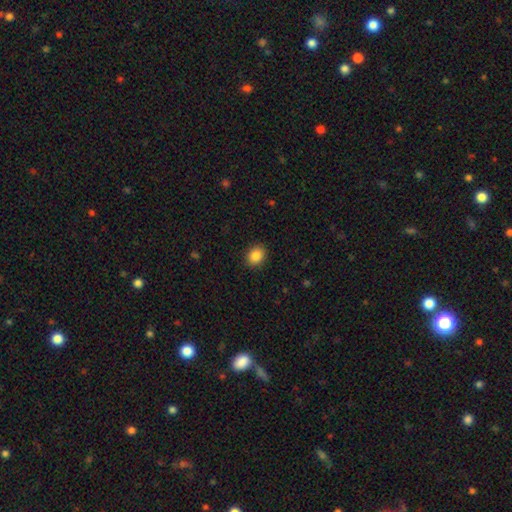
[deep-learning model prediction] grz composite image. It shows a smooth galaxy with no disk features (86%) that is round (56%). Merging: none (91%).